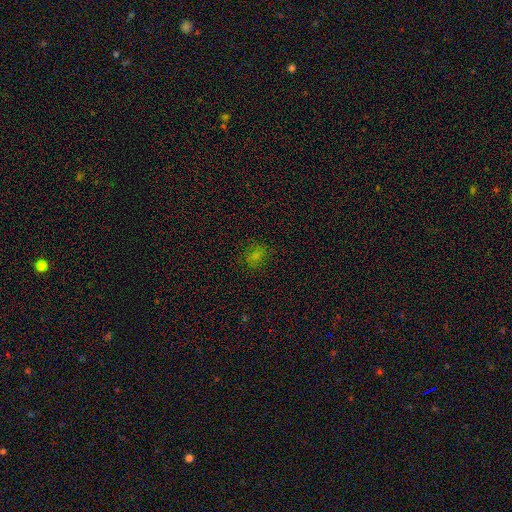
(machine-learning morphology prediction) This is likely a smooth galaxy (69%). How rounded: possibly in between (51%). Merging: likely none (77%).